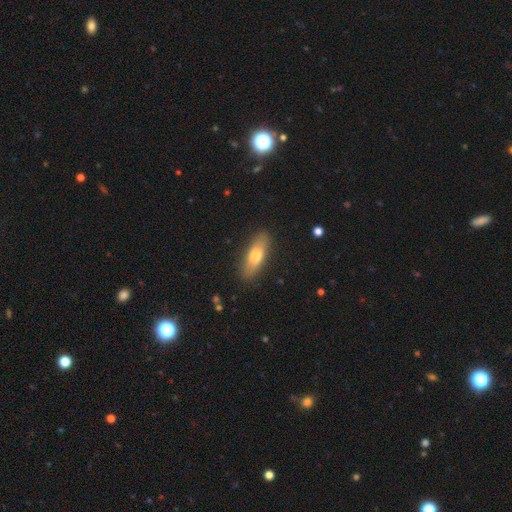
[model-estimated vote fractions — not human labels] Smooth or featured?
  - smooth: 65% *
  - featured or disk: 29%
  - star or artifact: 6%
How rounded?
  - in between: 52% *
  - cigar-shaped: 46%
  - round: 3%
Merging?
  - none: 86% *
  - minor disturbance: 11%
  - major disturbance: 2%
  - merger: 1%